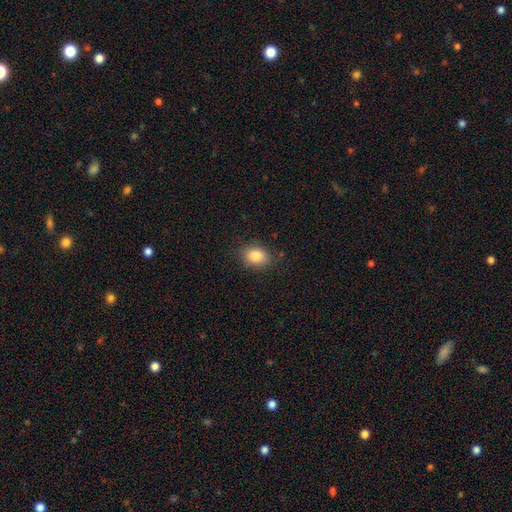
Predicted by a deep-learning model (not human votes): Smooth or featured? Predicted: smooth (p=0.84). How rounded? Predicted: in between (p=0.67). Merging? Predicted: none (p=0.83).